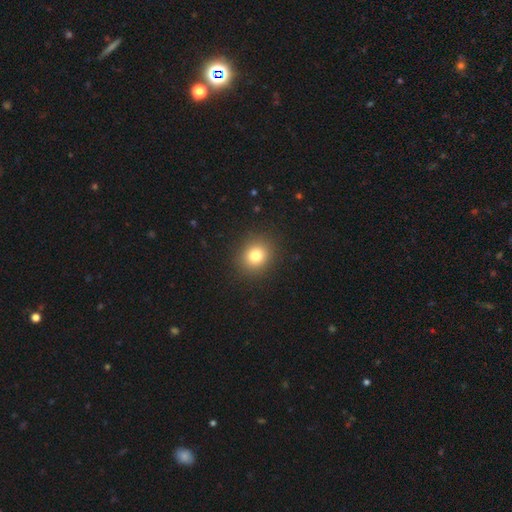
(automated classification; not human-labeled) Smooth or featured? Predicted: smooth (p=0.80). How rounded? Predicted: round (p=0.78). Merging? Predicted: none (p=0.90).